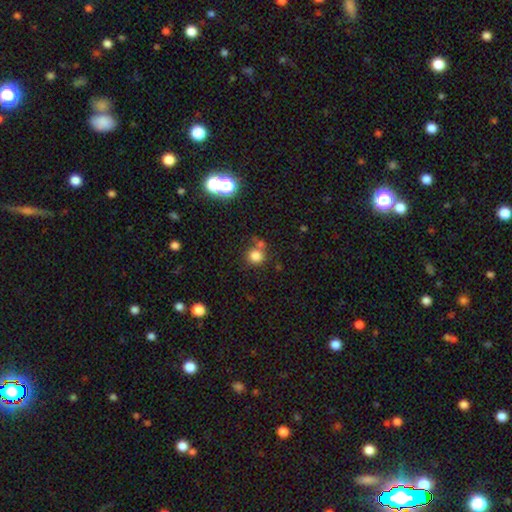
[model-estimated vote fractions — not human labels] Q: Smooth or featured?
A: smooth (81%); runner-up: star or artifact (13%)
Q: How rounded?
A: round (90%); runner-up: in between (9%)
Q: Merging?
A: none (66%); runner-up: merger (19%)